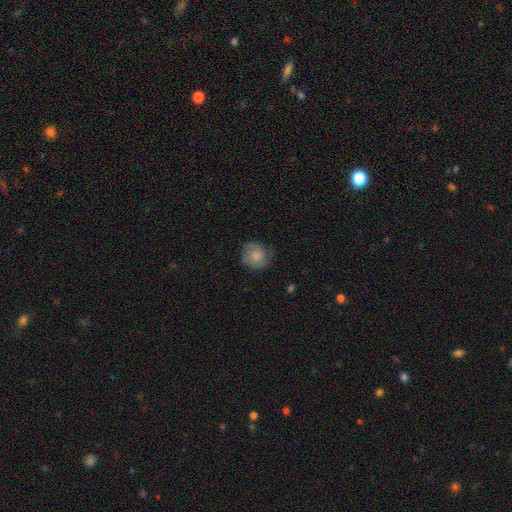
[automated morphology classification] Smooth or featured: smooth — 60% (featured or disk — 32%)
How rounded: round — 84% (in between — 15%)
Merging: none — 70% (minor disturbance — 21%)